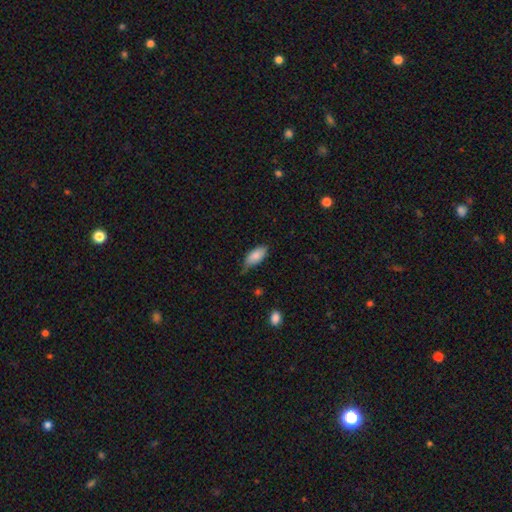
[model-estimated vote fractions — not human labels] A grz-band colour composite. It shows a smooth galaxy with no disk features (85%) that is in between round and cigar-shaped (89%). Merging: none (51%).